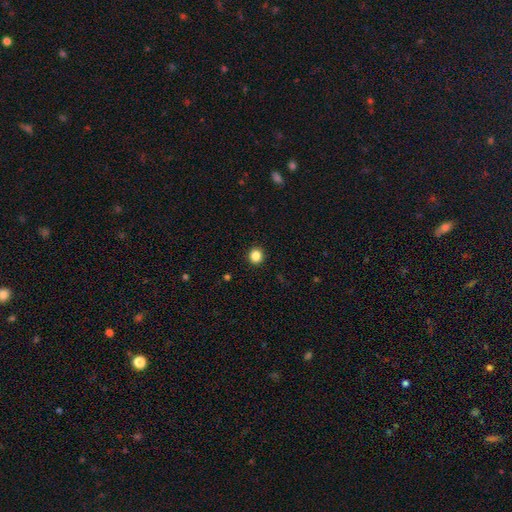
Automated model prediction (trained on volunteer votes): smooth 85%, star or artifact 11%, featured or disk 3%. Down the decision tree: how rounded — round (93%); merging — none (93%).